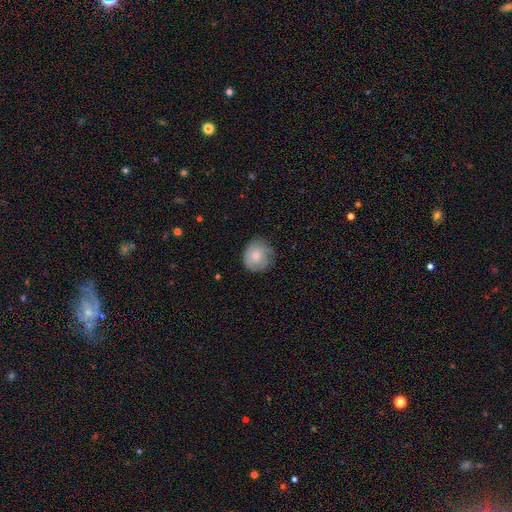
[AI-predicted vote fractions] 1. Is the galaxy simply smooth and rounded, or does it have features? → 63% smooth, 30% featured or disk, 8% star or artifact.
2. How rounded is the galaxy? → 85% round, 14% in between, 1% cigar-shaped.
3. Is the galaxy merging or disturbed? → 73% none, 20% minor disturbance, 5% major disturbance, 1% merger.